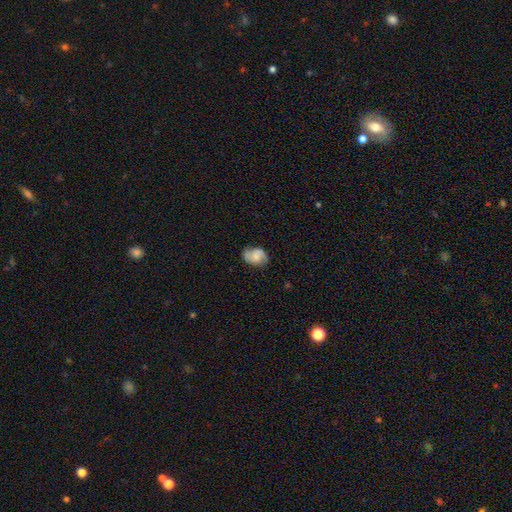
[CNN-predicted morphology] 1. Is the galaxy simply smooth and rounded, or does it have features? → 57% featured or disk, 35% smooth, 8% star or artifact.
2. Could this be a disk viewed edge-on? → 97% no, 3% yes.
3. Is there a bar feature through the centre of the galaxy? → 57% no, 36% weak, 7% strong.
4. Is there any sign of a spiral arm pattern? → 90% yes, 10% no.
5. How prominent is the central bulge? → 34% small, 30% moderate, 26% none, 8% large, 2% dominant.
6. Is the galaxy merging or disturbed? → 71% none, 21% minor disturbance, 6% major disturbance, 2% merger.